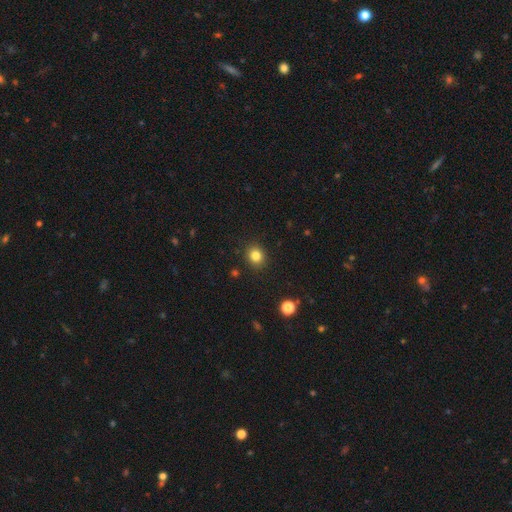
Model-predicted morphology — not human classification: This appears to be a smooth galaxy with no disk features (83%) that is round (76%). Merging: none (90%).